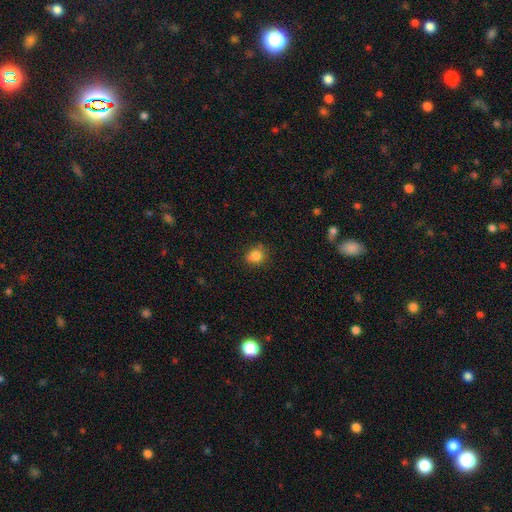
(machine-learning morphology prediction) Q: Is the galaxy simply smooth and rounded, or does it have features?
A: smooth — 84%.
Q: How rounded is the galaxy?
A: round — 65%.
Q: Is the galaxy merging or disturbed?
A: none — 81%.